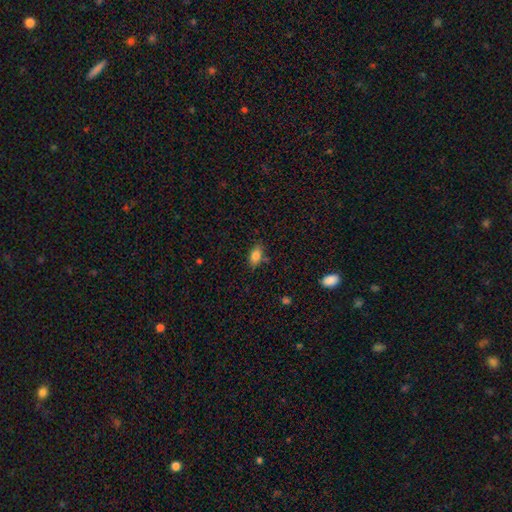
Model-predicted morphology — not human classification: type=smooth (83%); roundness=in between (88%); merging=none (78%).